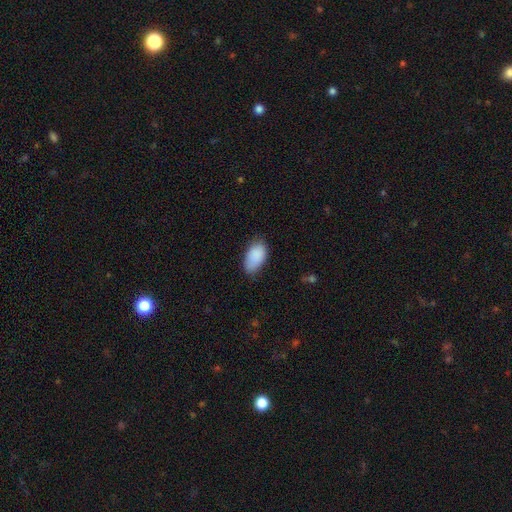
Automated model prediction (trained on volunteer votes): Smooth or featured?
  - smooth: 89% *
  - star or artifact: 6%
  - featured or disk: 4%
How rounded?
  - in between: 94% *
  - round: 4%
  - cigar-shaped: 2%
Merging?
  - none: 72% *
  - minor disturbance: 23%
  - major disturbance: 4%
  - merger: 1%